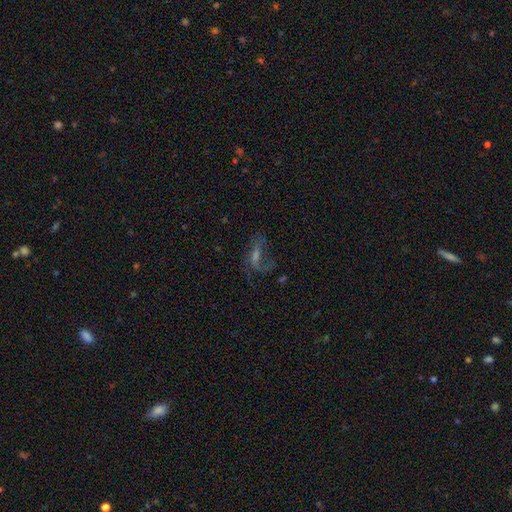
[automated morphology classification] Smooth or featured: featured or disk — 58% (smooth — 22%)
Edge-on disk: no — 90% (yes — 10%)
Bar: weak — 42% (no — 38%)
Spiral arms: yes — 76% (no — 24%)
Bulge size: small — 38% (moderate — 33%)
Merging: none — 49% (major disturbance — 29%)